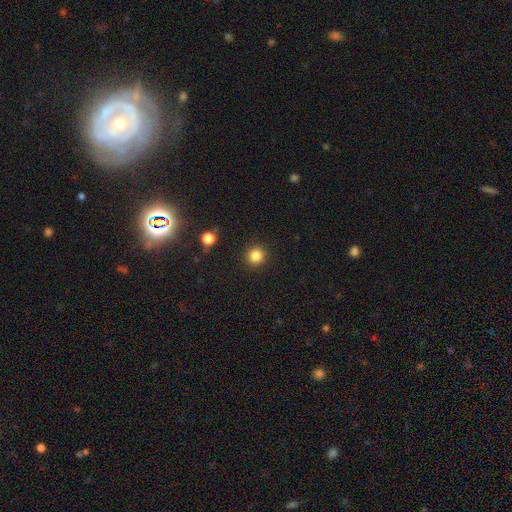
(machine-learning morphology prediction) Q: Smooth or featured?
A: smooth (84%); runner-up: star or artifact (12%)
Q: How rounded?
A: round (92%); runner-up: in between (7%)
Q: Merging?
A: none (91%); runner-up: minor disturbance (5%)